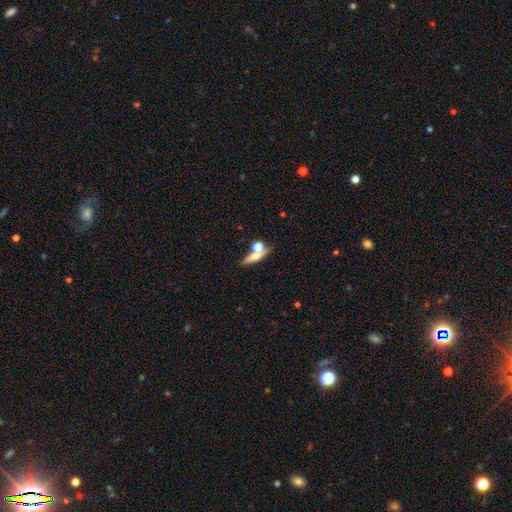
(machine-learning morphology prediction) Smooth or featured? Predicted: smooth (p=0.58). How rounded? Predicted: cigar-shaped (p=0.50). Merging? Predicted: none (p=0.55).